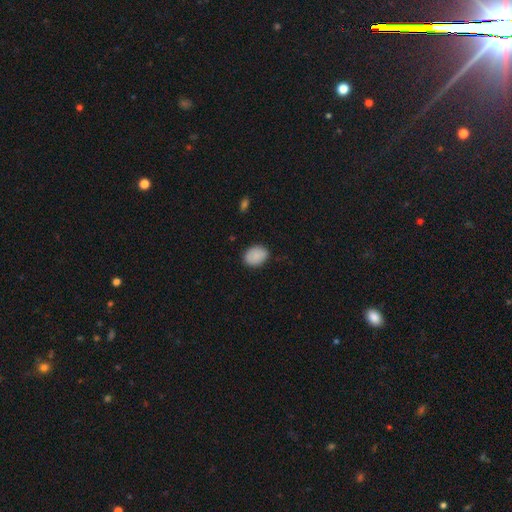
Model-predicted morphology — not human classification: Smooth or featured?
  - smooth: 87% *
  - star or artifact: 7%
  - featured or disk: 6%
How rounded?
  - in between: 67% *
  - round: 32%
  - cigar-shaped: 1%
Merging?
  - none: 84% *
  - minor disturbance: 12%
  - major disturbance: 2%
  - merger: 1%